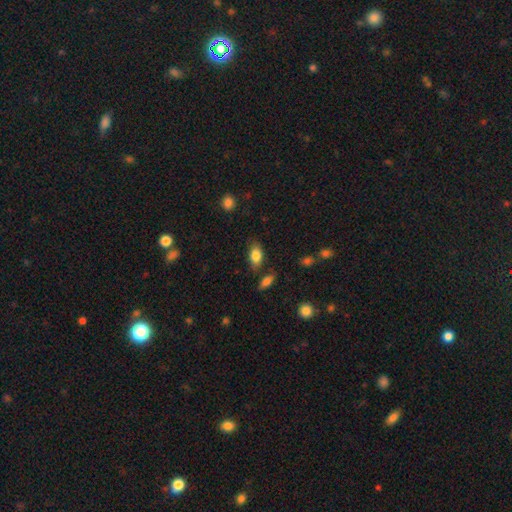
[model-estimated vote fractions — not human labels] smooth-or-featured: smooth: 83% | featured or disk: 9% | star or artifact: 8%
  how-rounded: in between: 89% | round: 8% | cigar-shaped: 4%
  merging: none: 76% | minor disturbance: 15% | merger: 5% | major disturbance: 4%